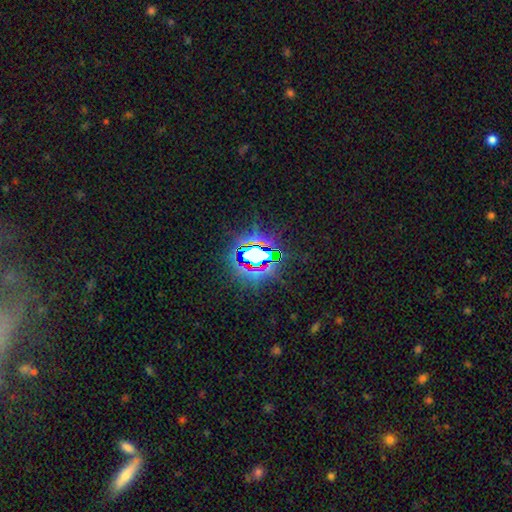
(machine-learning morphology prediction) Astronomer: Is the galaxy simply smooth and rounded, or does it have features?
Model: star or artifact — 76%.